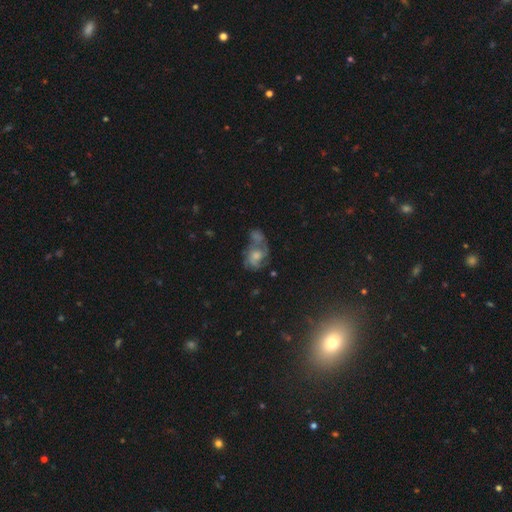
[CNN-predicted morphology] A featured or disk galaxy (57%) with no bar (76%), spiral arms (72%) and a moderate central bulge (51%).

Vote fractions:
- Smooth or featured? featured or disk: 57% / smooth: 32% / star or artifact: 11%
- Edge-on disk? no: 97% / yes: 3%
- Bar? no: 76% / weak: 21% / strong: 4%
- Spiral arms? yes: 72% / no: 28%
- Bulge size? moderate: 51% / small: 22% / large: 15% / none: 9% / dominant: 2%
- Merging? merger: 34% / none: 29% / major disturbance: 20% / minor disturbance: 17%